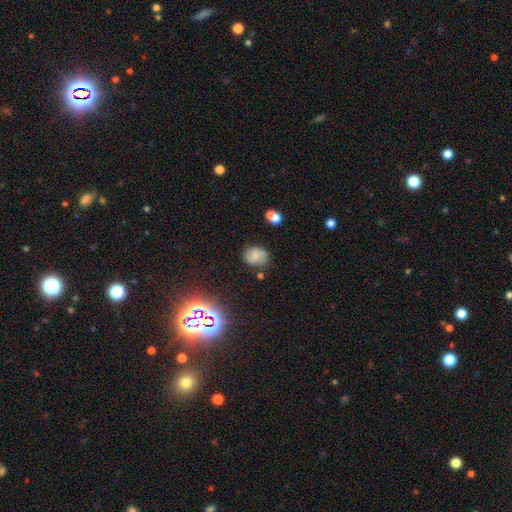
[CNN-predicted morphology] Q: Smooth or featured?
A: smooth (55%); runner-up: featured or disk (32%)
Q: How rounded?
A: in between (51%); runner-up: round (48%)
Q: Merging?
A: none (71%); runner-up: minor disturbance (18%)